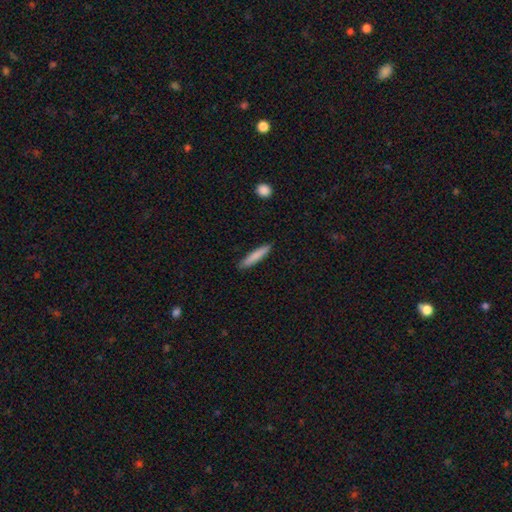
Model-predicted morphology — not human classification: Overall: smooth (82%). How rounded: cigar-shaped (91%). Merging: none (90%).